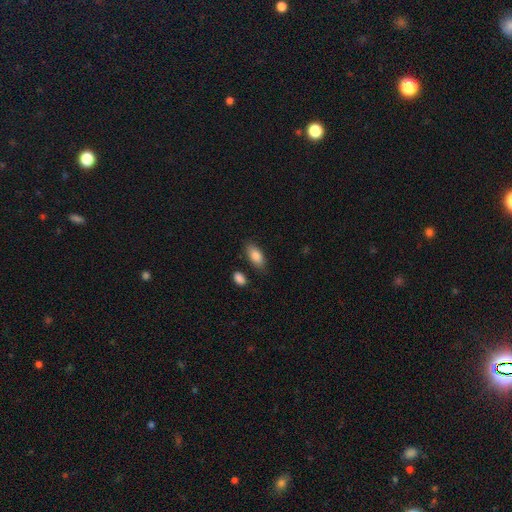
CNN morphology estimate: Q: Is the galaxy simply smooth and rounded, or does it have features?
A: smooth — 86%.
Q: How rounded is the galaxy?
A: in between — 89%.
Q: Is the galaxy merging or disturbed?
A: none — 79%.